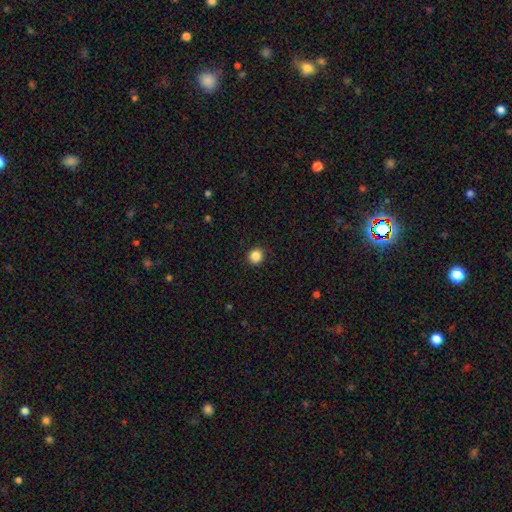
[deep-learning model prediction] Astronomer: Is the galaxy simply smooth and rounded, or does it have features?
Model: smooth — 86%.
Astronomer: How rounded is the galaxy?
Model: round — 91%.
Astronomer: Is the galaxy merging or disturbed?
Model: none — 91%.